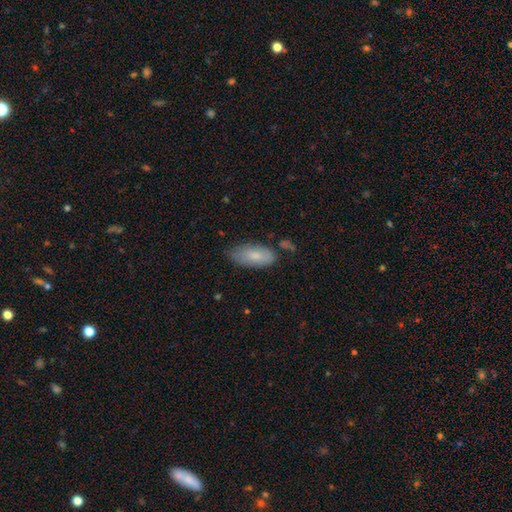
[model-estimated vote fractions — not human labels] Q: Smooth or featured?
A: smooth (78%); runner-up: featured or disk (16%)
Q: How rounded?
A: in between (85%); runner-up: cigar-shaped (13%)
Q: Merging?
A: none (63%); runner-up: minor disturbance (27%)